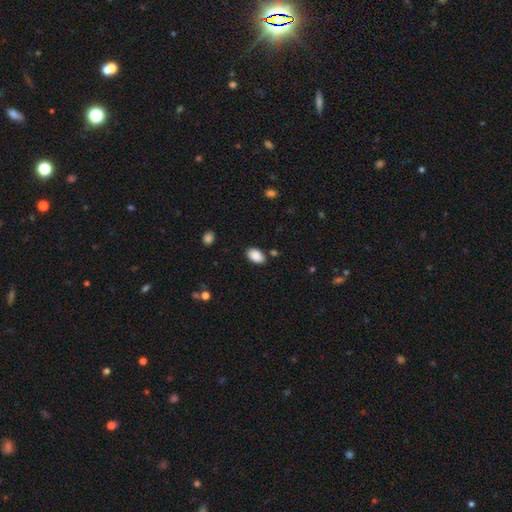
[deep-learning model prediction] This appears to be a smooth galaxy with no disk features (89%) that is in between round and cigar-shaped (91%). Merging: none (84%).